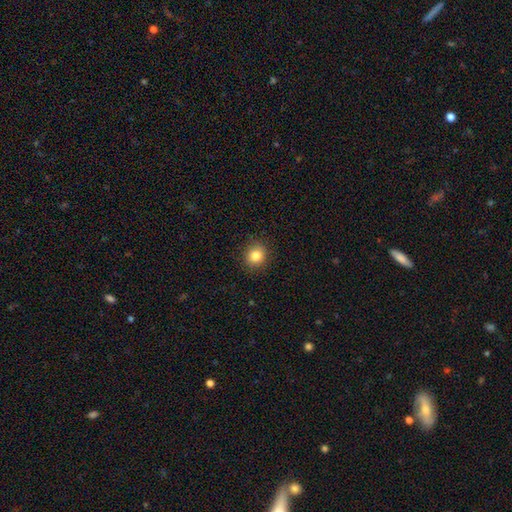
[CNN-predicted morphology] This is clearly a smooth galaxy (83%). How rounded: clearly round (86%). Merging: clearly none (90%).